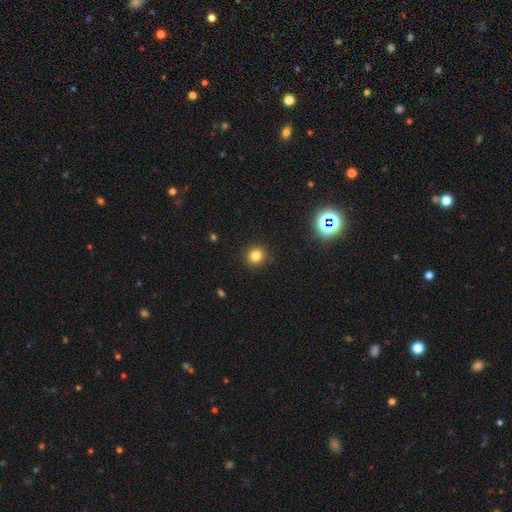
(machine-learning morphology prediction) smooth 81%, star or artifact 13%, featured or disk 6%. Down the decision tree: how rounded — round (85%); merging — none (91%).